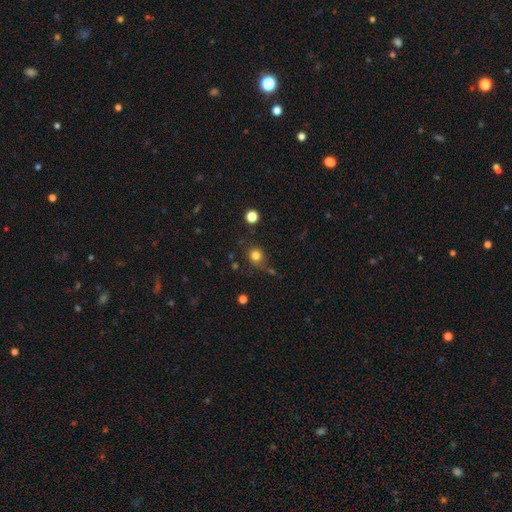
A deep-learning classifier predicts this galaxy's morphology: smooth_or_featured: smooth (p=0.81) [alt: star or artifact p=0.14]
how_rounded: round (p=0.83) [alt: in between p=0.16]
merging: none (p=0.74) [alt: minor disturbance p=0.15]